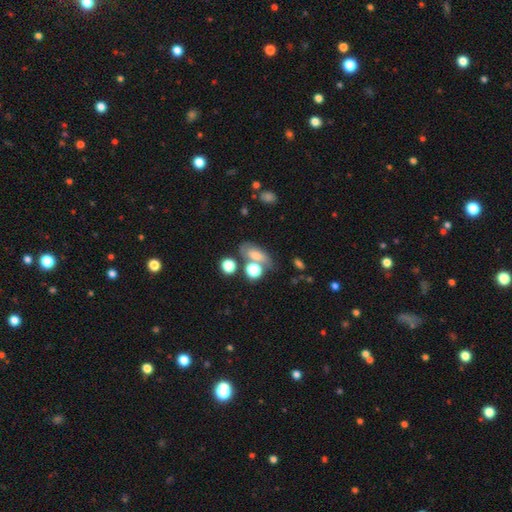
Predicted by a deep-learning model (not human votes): The model was most divided on "merging": none: 45%, merger: 26%, minor disturbance: 18%, major disturbance: 10%. More confident: how rounded — in between (73%); smooth or featured — smooth (60%).